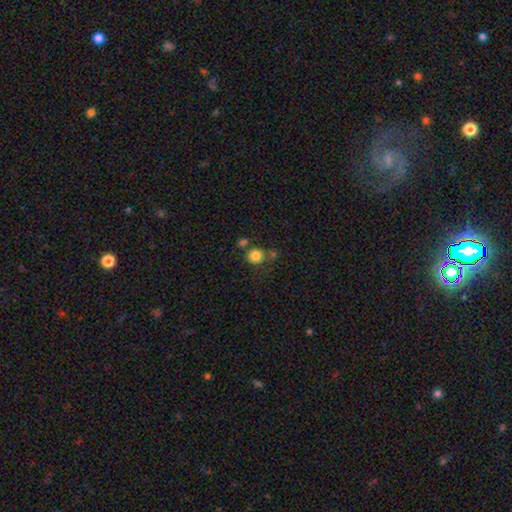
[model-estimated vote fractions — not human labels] This is clearly a smooth galaxy (82%). How rounded: clearly round (85%). Merging: likely none (65%).